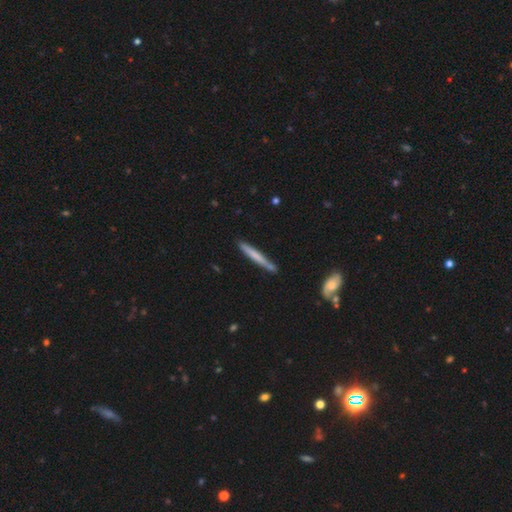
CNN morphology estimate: smooth 61%, featured or disk 33%, star or artifact 5%. Down the decision tree: how rounded — cigar-shaped (96%); merging — none (79%).